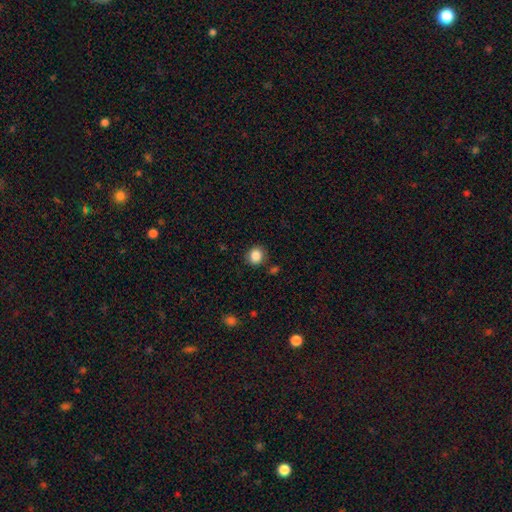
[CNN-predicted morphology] Smooth or featured? smooth (86%)
How rounded? round (79%)
Merging? none (84%)